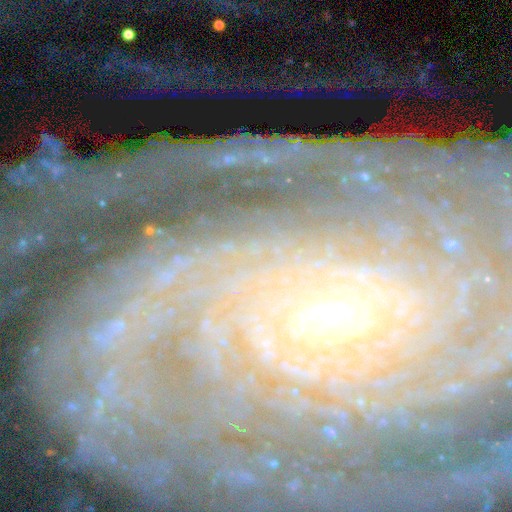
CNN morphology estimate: Smooth or featured: featured or disk — 76% (star or artifact — 14%)
Edge-on disk: no — 93% (yes — 7%)
Bar: no — 63% (weak — 22%)
Spiral arms: yes — 90% (no — 10%)
Spiral winding: tight — 72% (medium — 20%)
Spiral arm count: can't tell — 34% (2 — 18%)
Bulge size: small — 68% (moderate — 25%)
Merging: none — 66% (minor disturbance — 16%)